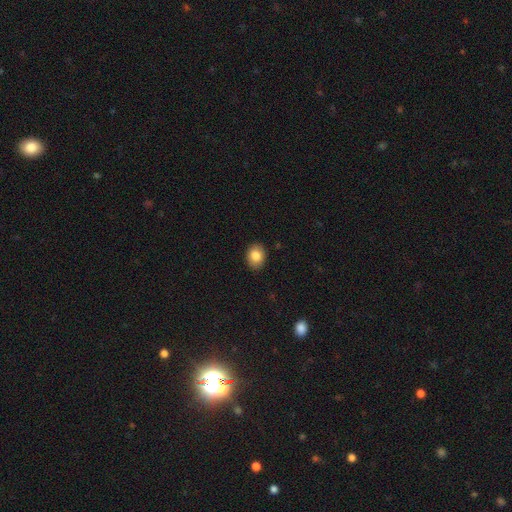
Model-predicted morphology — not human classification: This is clearly a smooth galaxy (84%). How rounded: possibly in between (54%). Merging: clearly none (90%).